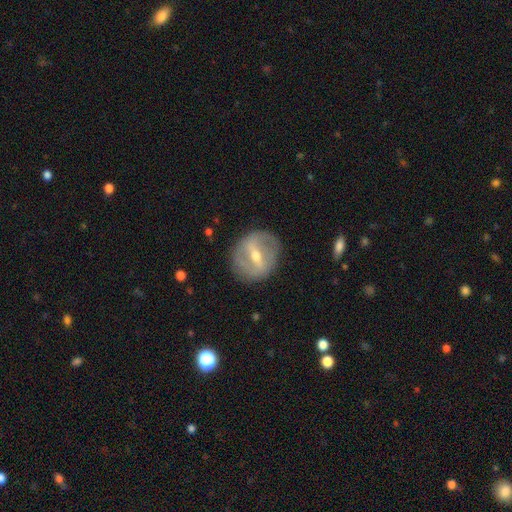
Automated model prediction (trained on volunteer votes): The model was most divided on "spiral arms": no: 52%, yes: 48%. More confident: edge-on disk — no (90%); merging — none (83%); smooth or featured — featured or disk (75%); bar — strong (63%); bulge size — moderate (56%).